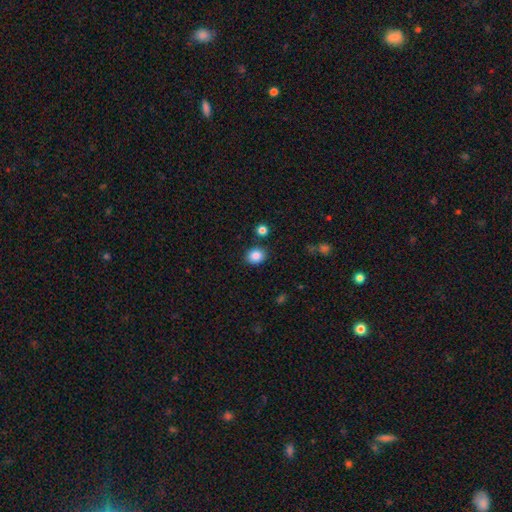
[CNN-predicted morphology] This is clearly a smooth galaxy (87%). How rounded: likely round (66%). Merging: clearly none (85%).